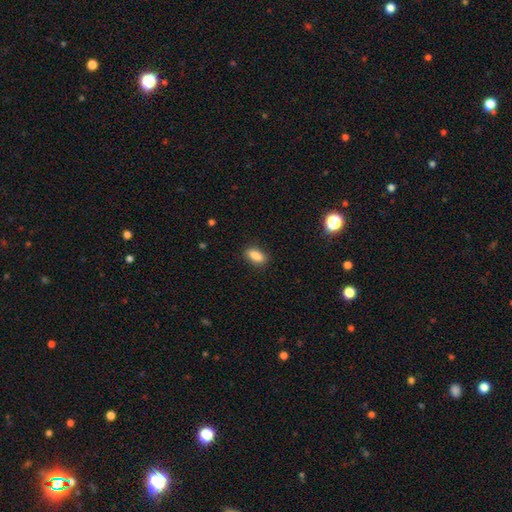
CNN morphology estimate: smooth_or_featured: smooth (p=0.88) [alt: star or artifact p=0.08]
how_rounded: in between (p=0.88) [alt: cigar-shaped p=0.07]
merging: none (p=0.87) [alt: minor disturbance p=0.10]